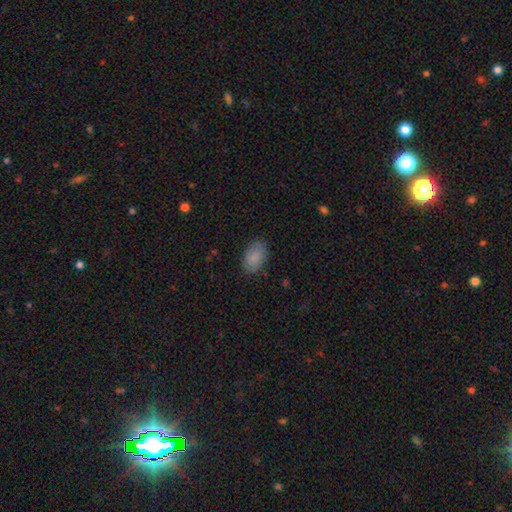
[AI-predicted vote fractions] A smooth galaxy with no disk features (87%) that is in between round and cigar-shaped (92%).

Vote fractions:
- Smooth or featured? smooth: 87% / star or artifact: 7% / featured or disk: 6%
- How rounded? in between: 92% / round: 7% / cigar-shaped: 1%
- Merging? none: 83% / minor disturbance: 13% / major disturbance: 3% / merger: 1%